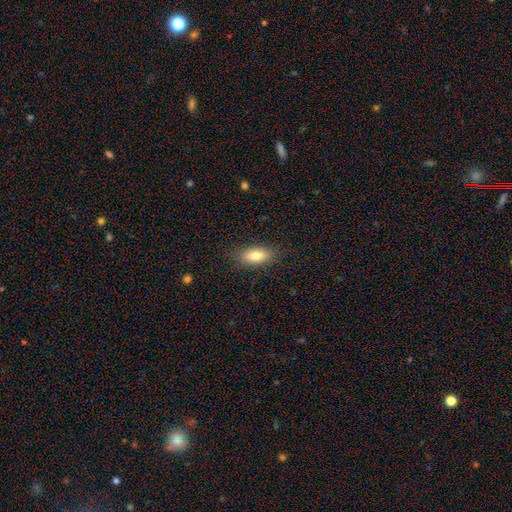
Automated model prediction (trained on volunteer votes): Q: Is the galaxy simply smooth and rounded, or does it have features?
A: smooth — 79%.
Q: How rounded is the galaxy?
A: in between — 81%.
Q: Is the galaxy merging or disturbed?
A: none — 85%.